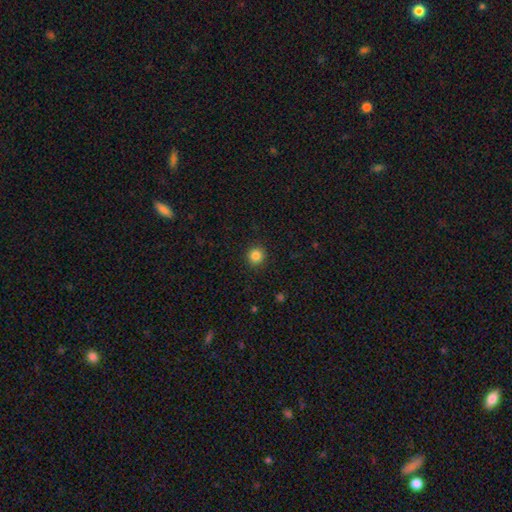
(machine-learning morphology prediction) Q: Smooth or featured?
A: smooth (85%); runner-up: star or artifact (11%)
Q: How rounded?
A: round (93%); runner-up: in between (6%)
Q: Merging?
A: none (92%); runner-up: minor disturbance (5%)